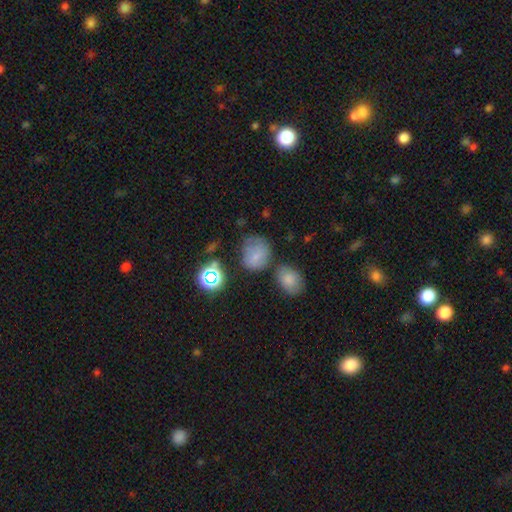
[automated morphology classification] Smooth or featured?
  - smooth: 73% *
  - star or artifact: 15%
  - featured or disk: 12%
How rounded?
  - round: 64% *
  - in between: 35%
  - cigar-shaped: 1%
Merging?
  - none: 54% *
  - minor disturbance: 23%
  - merger: 13%
  - major disturbance: 10%